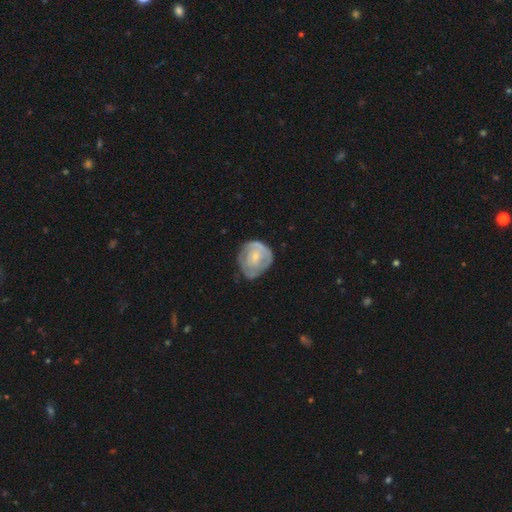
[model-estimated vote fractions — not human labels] featured or disk 61%, smooth 34%, star or artifact 6%. Down the decision tree: edge-on disk — no (97%); bar — no (72%); spiral arms — yes (68%); bulge size — small (64%); merging — none (57%).